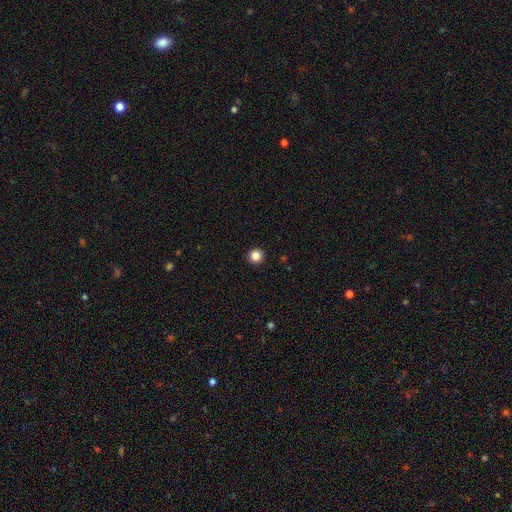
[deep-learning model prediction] smooth_or_featured: smooth (p=0.85) [alt: star or artifact p=0.11]
how_rounded: round (p=0.96) [alt: in between p=0.03]
merging: none (p=0.94) [alt: minor disturbance p=0.04]